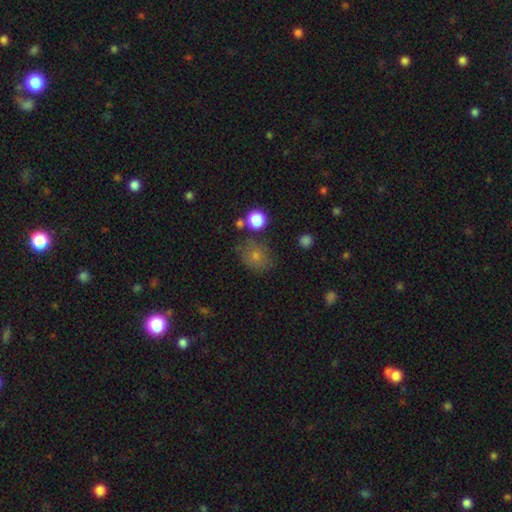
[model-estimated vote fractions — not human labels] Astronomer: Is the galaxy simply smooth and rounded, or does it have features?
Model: smooth — 66%.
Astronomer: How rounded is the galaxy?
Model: round — 64%.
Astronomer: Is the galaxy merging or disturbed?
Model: none — 71%.